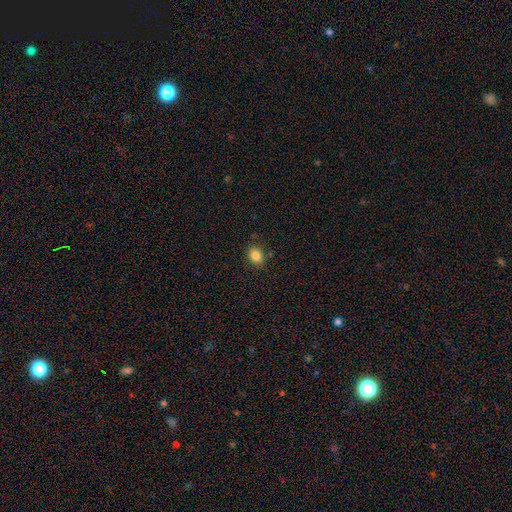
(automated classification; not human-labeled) Smooth or featured: smooth — 84% (star or artifact — 10%)
How rounded: in between — 60% (round — 39%)
Merging: none — 84% (minor disturbance — 11%)